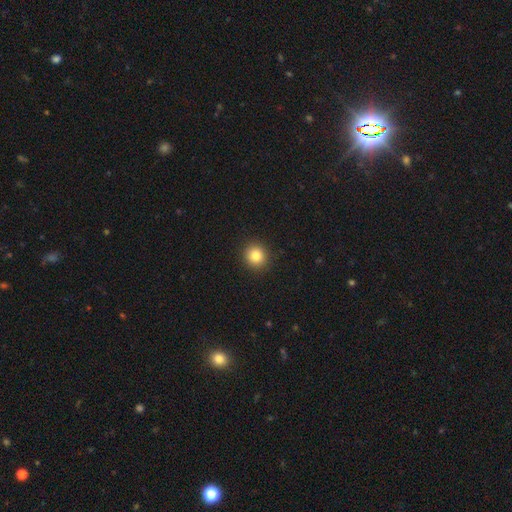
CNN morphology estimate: The model was most divided on "smooth or featured": smooth: 83%, star or artifact: 11%, featured or disk: 6%. More confident: merging — none (92%); how rounded — round (89%).